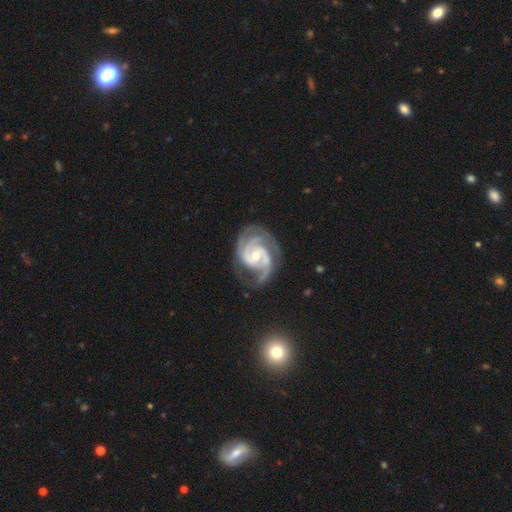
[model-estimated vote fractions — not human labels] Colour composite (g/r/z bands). It shows a featured or disk galaxy (93%) with no bar (48%), 2 (43%) tight (49%) spiral arms (98%) and a moderate central bulge (56%). Merging: none (70%).